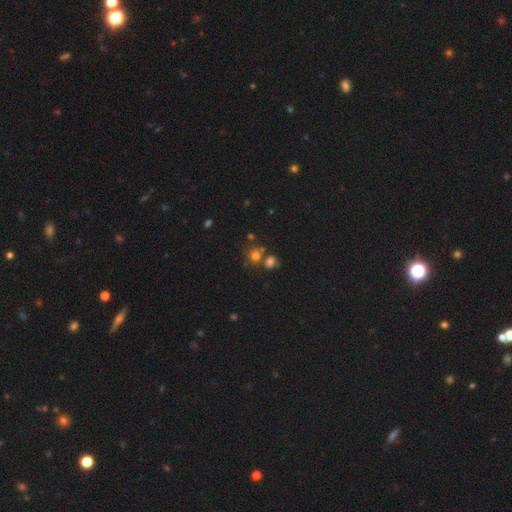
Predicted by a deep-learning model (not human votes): A smooth galaxy with no disk features (70%) that is round (82%). Merging: none (57%).